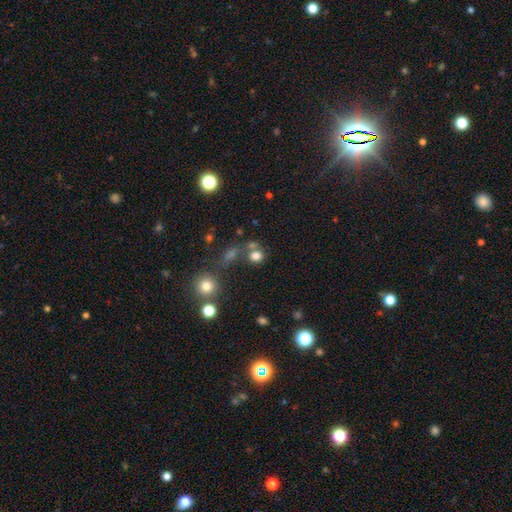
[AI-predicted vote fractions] The model was most divided on "merging": none: 56%, merger: 25%, minor disturbance: 12%, major disturbance: 7%. More confident: smooth or featured — smooth (75%); how rounded — round (75%).